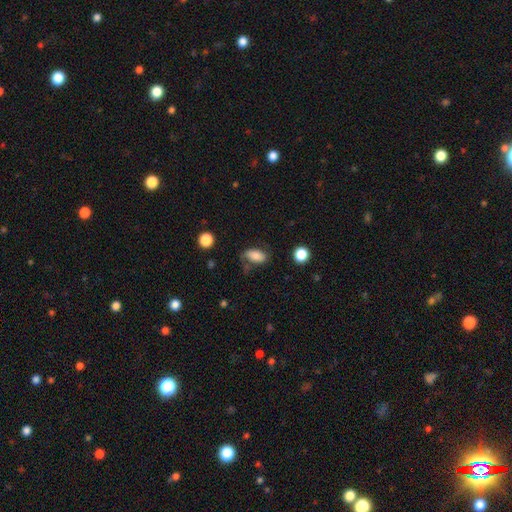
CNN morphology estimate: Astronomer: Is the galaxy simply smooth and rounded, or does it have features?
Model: smooth — 77%.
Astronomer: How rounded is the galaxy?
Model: in between — 90%.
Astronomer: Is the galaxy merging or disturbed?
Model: none — 59%.